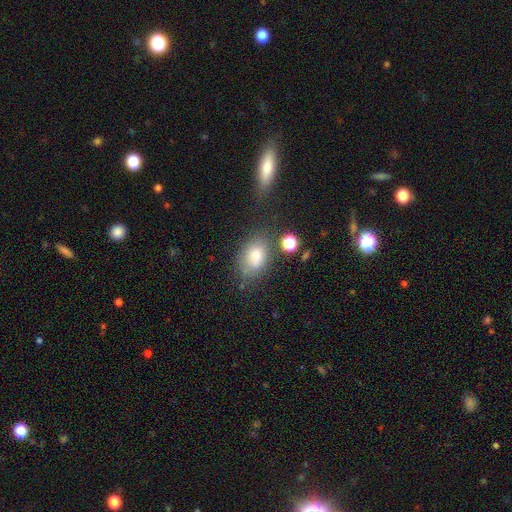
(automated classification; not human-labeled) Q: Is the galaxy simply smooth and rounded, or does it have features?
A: smooth — 77%.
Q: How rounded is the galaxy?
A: in between — 78%.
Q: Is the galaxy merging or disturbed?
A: none — 63%.